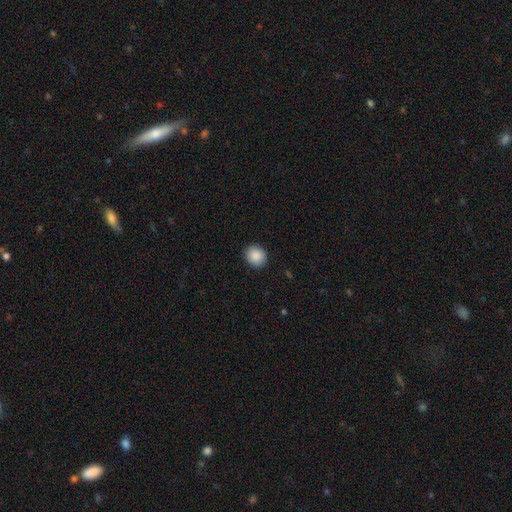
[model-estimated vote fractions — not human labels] Smooth or featured?
  - smooth: 88% *
  - star or artifact: 8%
  - featured or disk: 4%
How rounded?
  - round: 82% *
  - in between: 17%
  - cigar-shaped: 1%
Merging?
  - none: 91% *
  - minor disturbance: 6%
  - major disturbance: 2%
  - merger: 1%